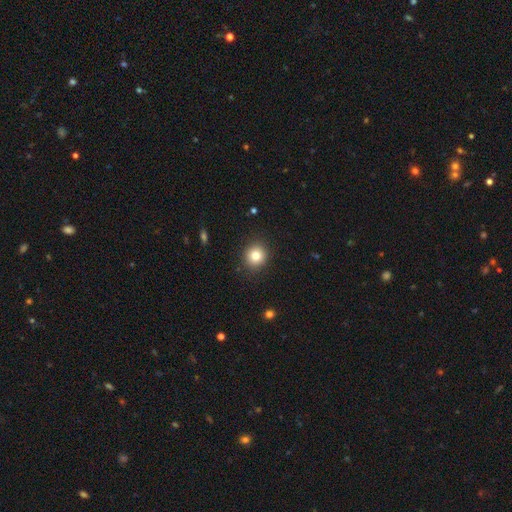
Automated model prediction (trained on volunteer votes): Smooth or featured? smooth (81%)
How rounded? round (89%)
Merging? none (90%)